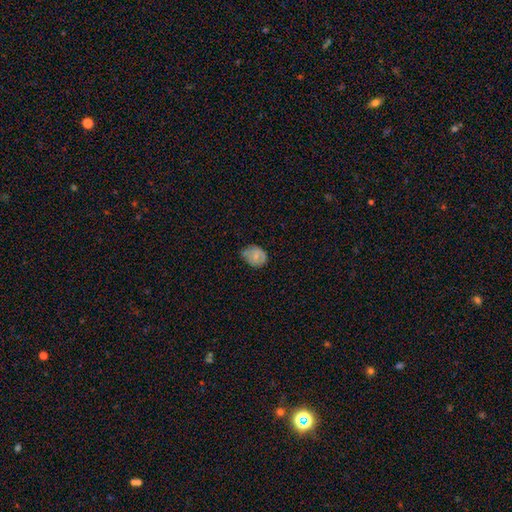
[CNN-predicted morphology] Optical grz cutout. It shows a smooth galaxy with no disk features (74%) that is round (50%). Merging: none (51%).